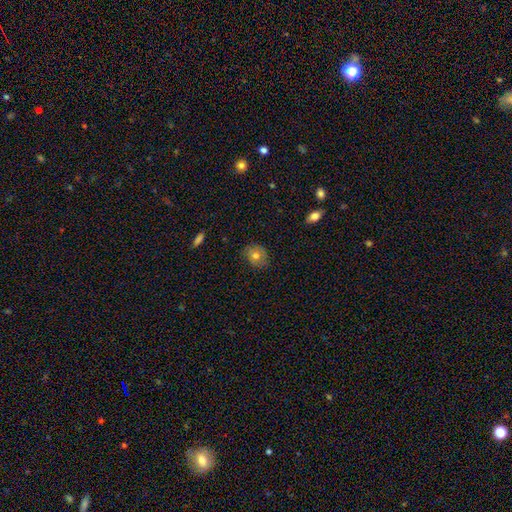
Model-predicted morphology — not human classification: type=smooth (72%); roundness=round (68%); merging=none (81%).